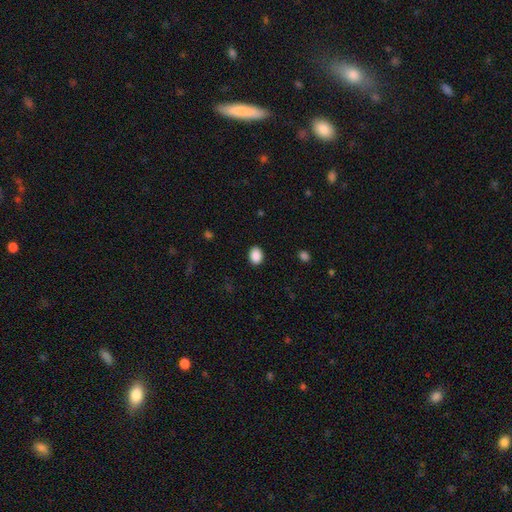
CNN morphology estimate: A smooth galaxy with no disk features (89%) that is in between round and cigar-shaped (62%).

Vote fractions:
- Smooth or featured? smooth: 89% / star or artifact: 8% / featured or disk: 3%
- How rounded? in between: 62% / round: 37% / cigar-shaped: 1%
- Merging? none: 89% / minor disturbance: 7% / major disturbance: 2% / merger: 1%